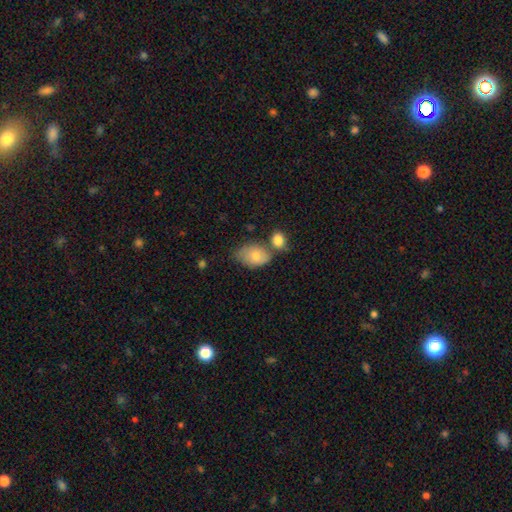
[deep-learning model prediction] smooth_or_featured: smooth (p=0.76) [alt: featured or disk p=0.17]
how_rounded: in between (p=0.82) [alt: round p=0.17]
merging: none (p=0.42) [alt: merger p=0.26]